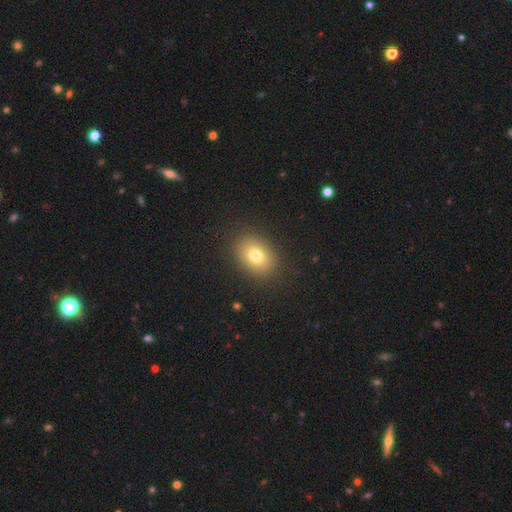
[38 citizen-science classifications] A smooth galaxy with no disk features (82%) that is in between round and cigar-shaped (65%). Merging: none (83%).